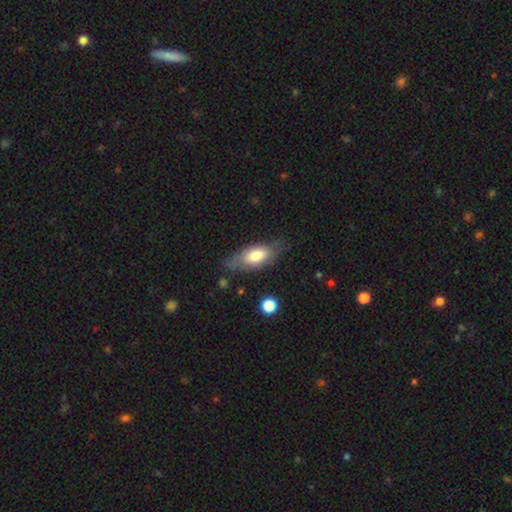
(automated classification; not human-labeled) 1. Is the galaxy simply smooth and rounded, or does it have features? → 67% smooth, 26% featured or disk, 6% star or artifact.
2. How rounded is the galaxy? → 81% in between, 16% cigar-shaped, 3% round.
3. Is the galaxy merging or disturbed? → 63% none, 25% minor disturbance, 9% major disturbance, 2% merger.